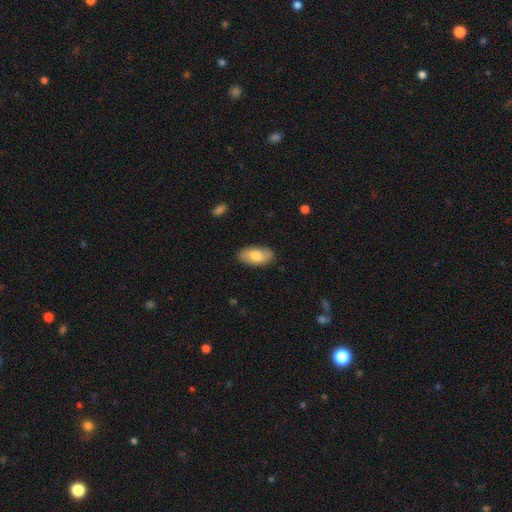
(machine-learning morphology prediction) Smooth or featured? smooth (69%)
How rounded? in between (94%)
Merging? none (85%)